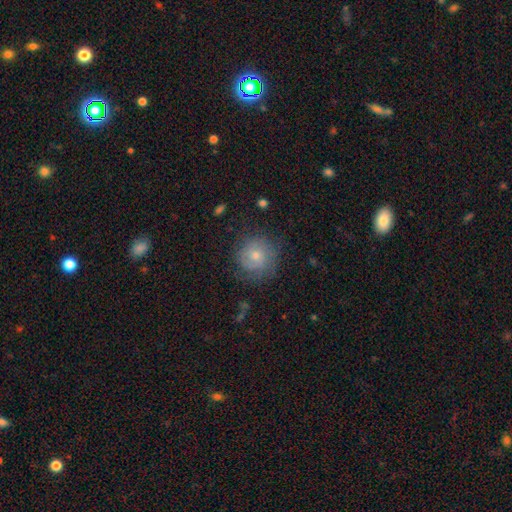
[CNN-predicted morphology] Smooth or featured? Predicted: featured or disk (p=0.44). Merging? Predicted: none (p=0.76).